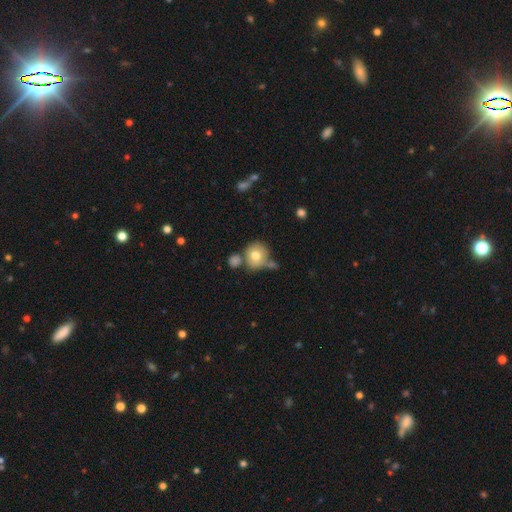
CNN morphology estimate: A smooth galaxy with no disk features (72%) that is round (84%).

Vote fractions:
- Smooth or featured? smooth: 72% / featured or disk: 18% / star or artifact: 9%
- How rounded? round: 84% / in between: 15% / cigar-shaped: 1%
- Merging? none: 50% / merger: 24% / minor disturbance: 17% / major disturbance: 8%